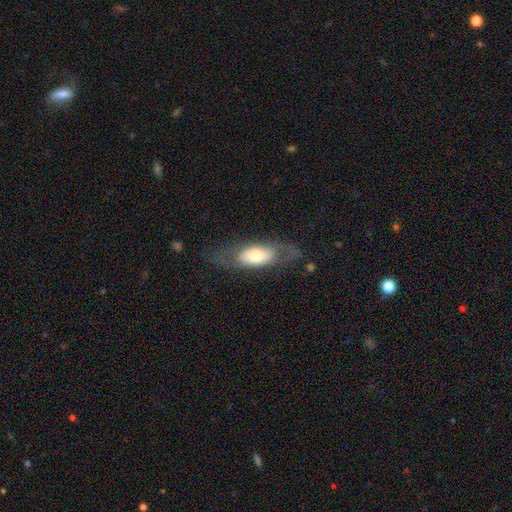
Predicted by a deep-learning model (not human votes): smooth_or_featured: smooth (p=0.51) [alt: featured or disk p=0.42]
how_rounded: in between (p=0.74) [alt: cigar-shaped p=0.21]
merging: none (p=0.65) [alt: minor disturbance p=0.19]